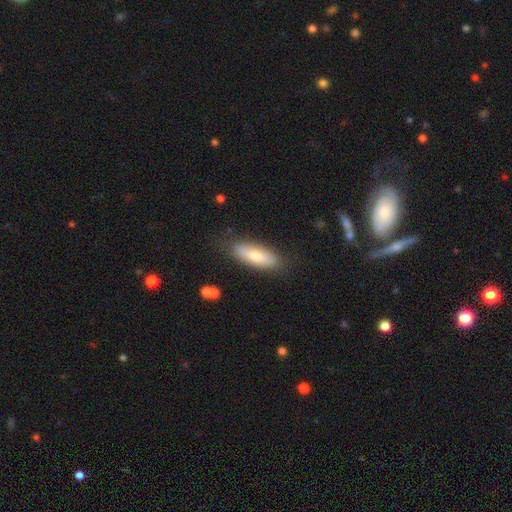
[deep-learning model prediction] Smooth or featured? Predicted: smooth (p=0.69). How rounded? Predicted: in between (p=0.61). Merging? Predicted: none (p=0.82).